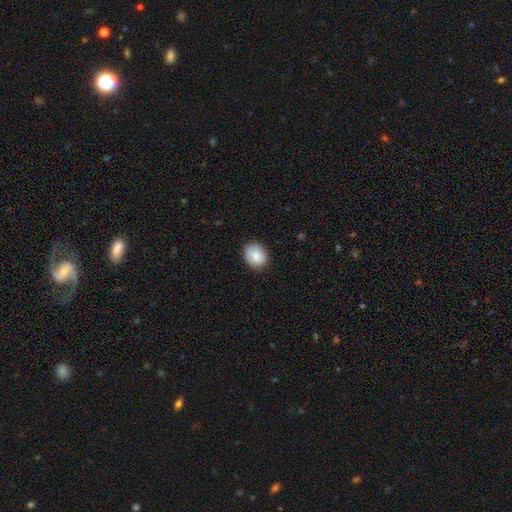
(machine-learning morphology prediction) Smooth or featured? smooth (80%)
How rounded? round (55%)
Merging? none (82%)